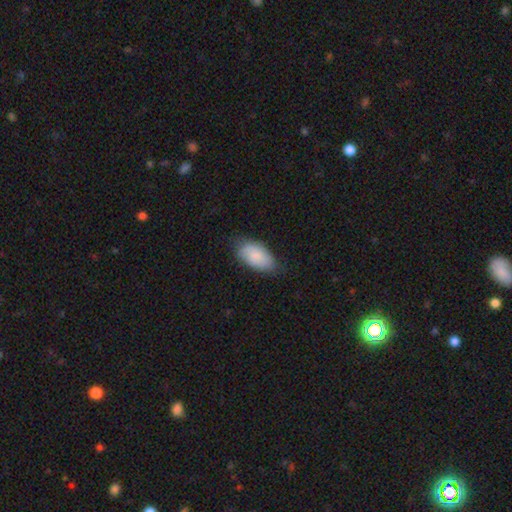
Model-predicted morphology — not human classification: type=smooth (83%); roundness=in between (94%); merging=none (71%).